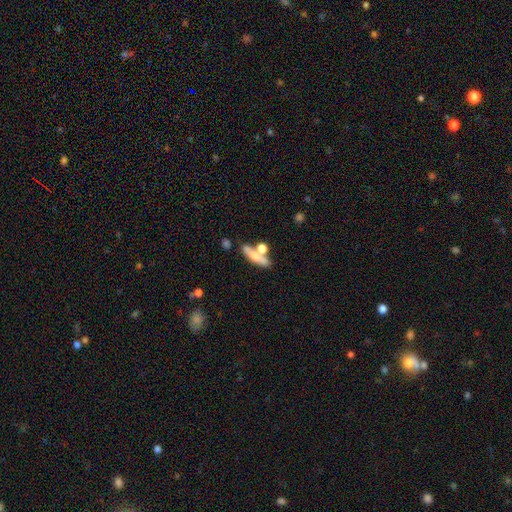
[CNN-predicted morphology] smooth_or_featured: smooth (p=0.56) [alt: featured or disk p=0.36]
how_rounded: cigar-shaped (p=0.58) [alt: in between p=0.35]
merging: none (p=0.55) [alt: merger p=0.27]